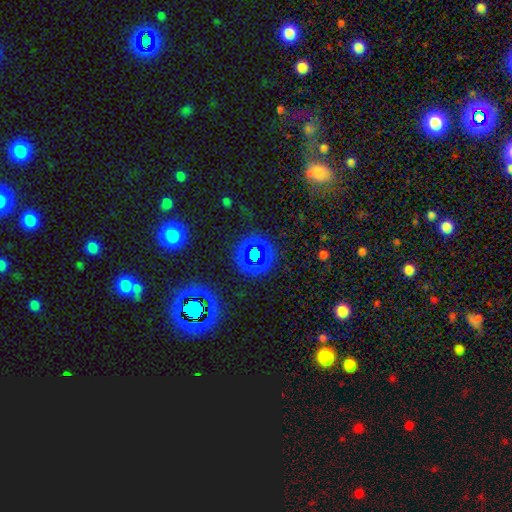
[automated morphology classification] The model was most divided on "smooth or featured": star or artifact: 62%, smooth: 26%, featured or disk: 12%.